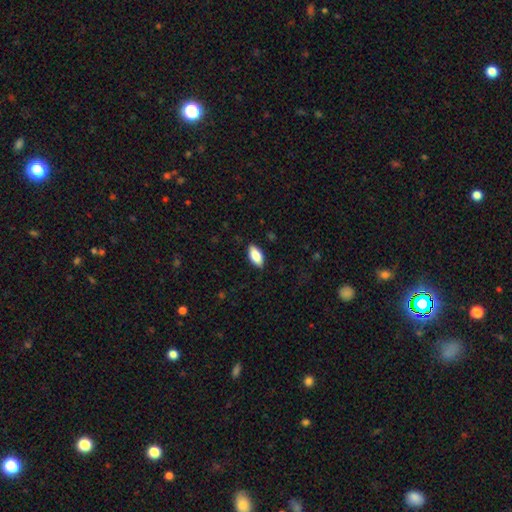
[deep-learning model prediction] Smooth or featured? Predicted: smooth (p=0.84). How rounded? Predicted: in between (p=0.90). Merging? Predicted: none (p=0.87).